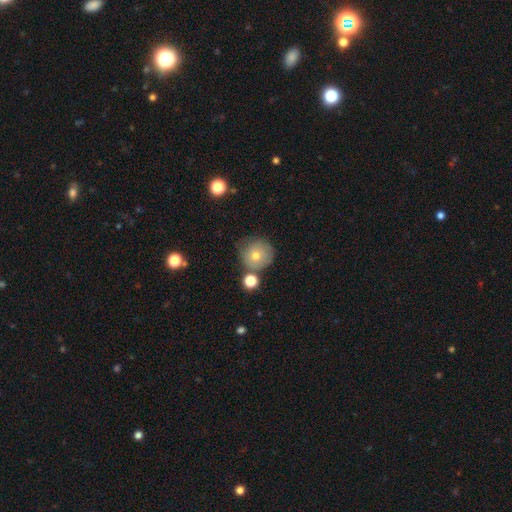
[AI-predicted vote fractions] This is likely a smooth galaxy (71%). How rounded: clearly round (93%). Merging: likely none (68%).